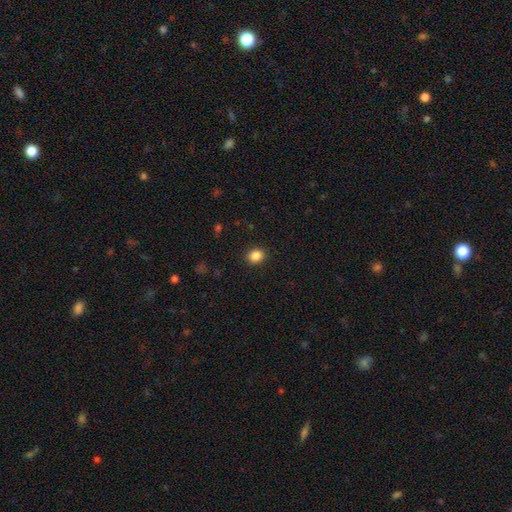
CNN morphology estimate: Smooth or featured? smooth (86%)
How rounded? round (62%)
Merging? none (91%)